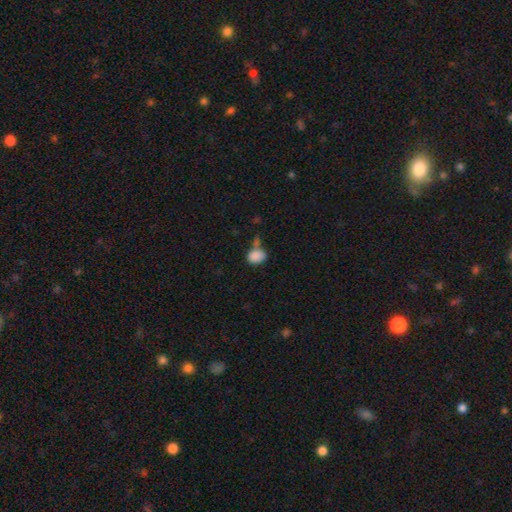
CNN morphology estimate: Smooth or featured? Predicted: smooth (p=0.86). How rounded? Predicted: in between (p=0.69). Merging? Predicted: none (p=0.47).